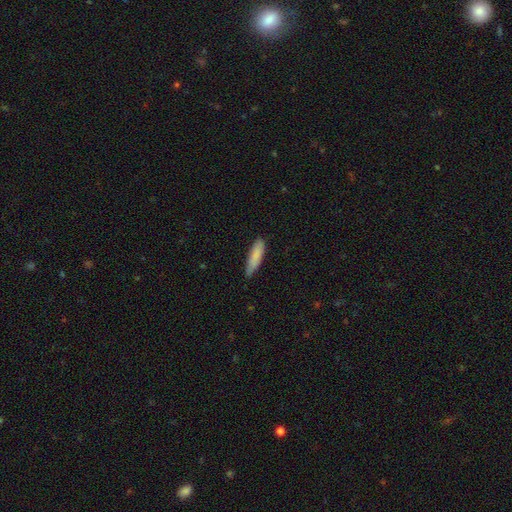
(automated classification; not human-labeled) Morphology: type=smooth (85%); roundness=cigar-shaped (66%); merging=none (67%).